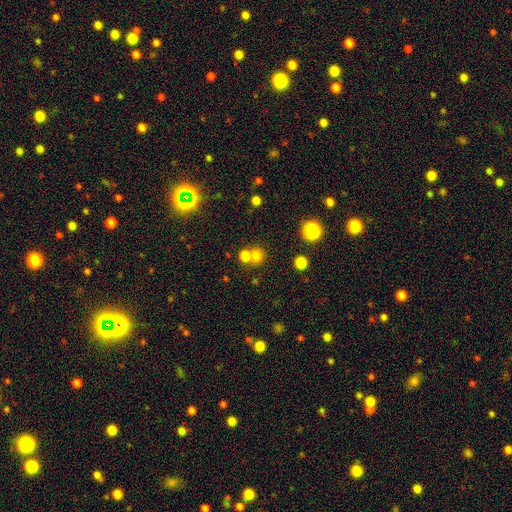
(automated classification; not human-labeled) Smooth or featured?
  - smooth: 73% *
  - star or artifact: 18%
  - featured or disk: 9%
How rounded?
  - round: 84% *
  - in between: 15%
  - cigar-shaped: 1%
Merging?
  - none: 49% *
  - merger: 43%
  - minor disturbance: 5%
  - major disturbance: 3%